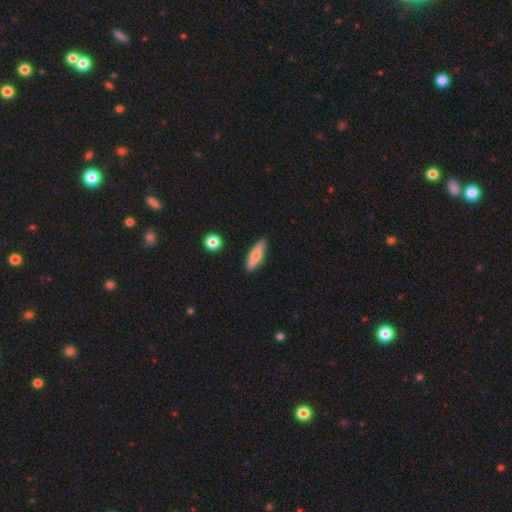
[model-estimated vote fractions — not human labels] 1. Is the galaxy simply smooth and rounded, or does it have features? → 73% smooth, 21% featured or disk, 6% star or artifact.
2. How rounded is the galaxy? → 66% cigar-shaped, 32% in between, 2% round.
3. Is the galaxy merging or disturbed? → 86% none, 10% minor disturbance, 2% major disturbance, 2% merger.